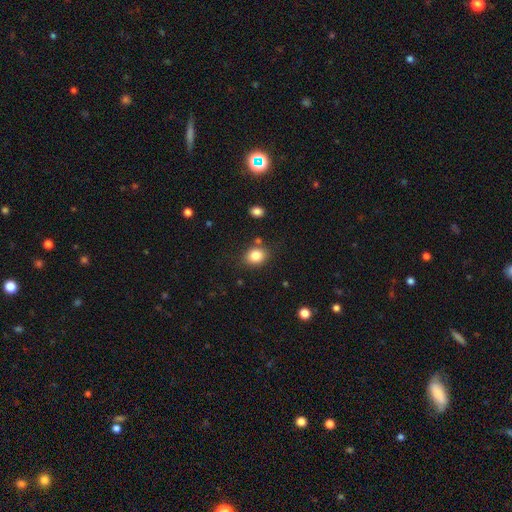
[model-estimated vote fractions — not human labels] Smooth or featured?
  - smooth: 83% *
  - star or artifact: 10%
  - featured or disk: 7%
How rounded?
  - round: 53% *
  - in between: 46%
  - cigar-shaped: 1%
Merging?
  - none: 79% *
  - minor disturbance: 12%
  - merger: 6%
  - major disturbance: 3%